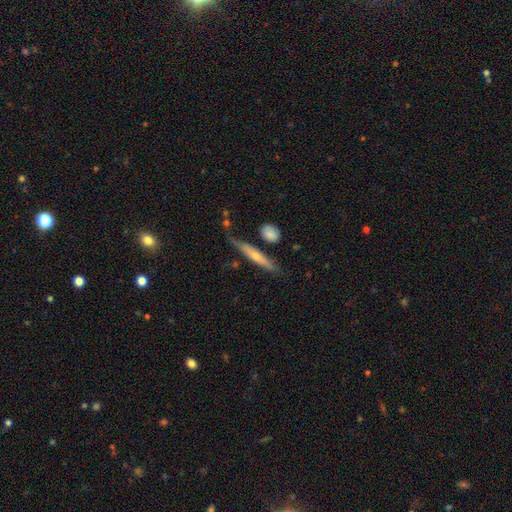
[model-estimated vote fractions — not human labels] Q: Smooth or featured?
A: featured or disk (50%); runner-up: smooth (45%)
Q: Merging?
A: none (63%); runner-up: minor disturbance (23%)